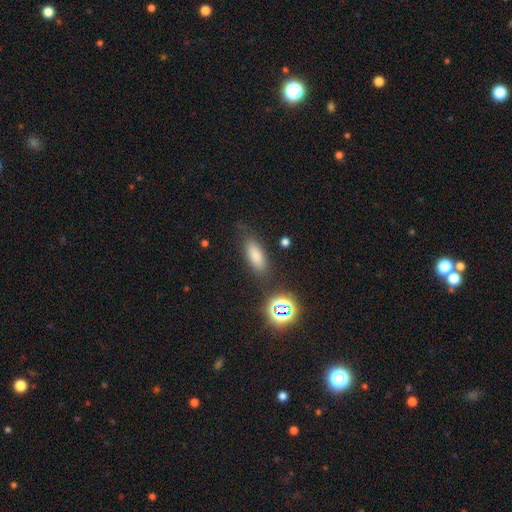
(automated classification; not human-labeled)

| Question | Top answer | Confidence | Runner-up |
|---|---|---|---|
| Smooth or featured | smooth | 78% | star or artifact (13%) |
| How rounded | in between | 72% | cigar-shaped (24%) |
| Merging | none | 78% | minor disturbance (13%) |